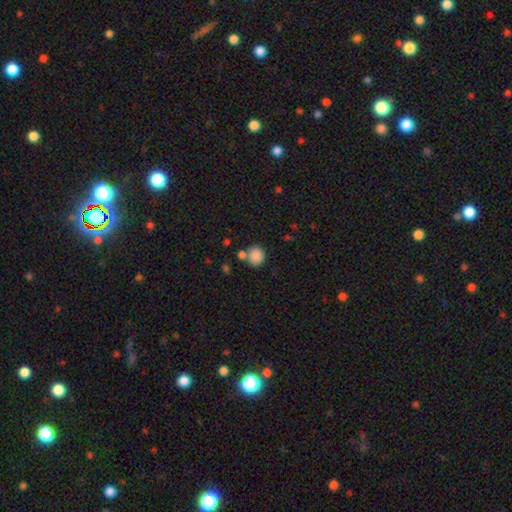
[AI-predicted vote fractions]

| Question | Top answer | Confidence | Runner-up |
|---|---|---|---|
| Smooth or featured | smooth | 86% | star or artifact (9%) |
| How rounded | round | 80% | in between (19%) |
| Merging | none | 64% | merger (20%) |